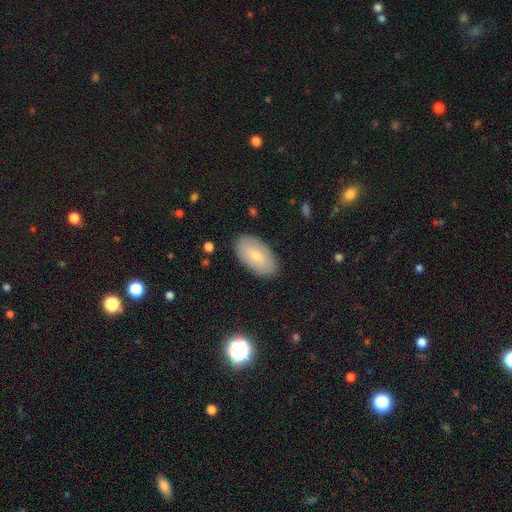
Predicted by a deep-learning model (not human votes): Morphology: type=smooth (62%); roundness=in between (95%); merging=none (87%).